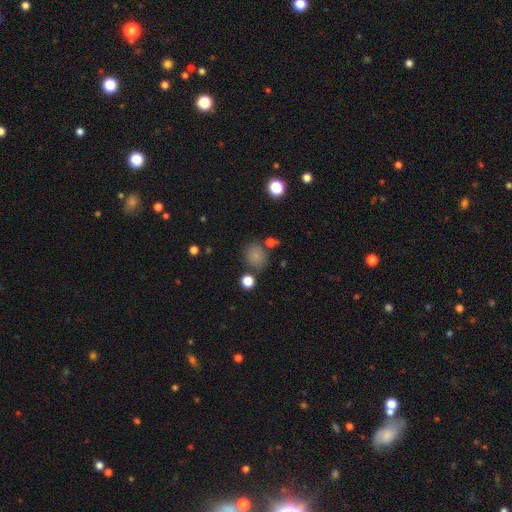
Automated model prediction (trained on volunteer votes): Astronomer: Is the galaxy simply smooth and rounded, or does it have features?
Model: smooth — 79%.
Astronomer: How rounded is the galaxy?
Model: round — 72%.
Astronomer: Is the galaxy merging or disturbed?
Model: none — 75%.